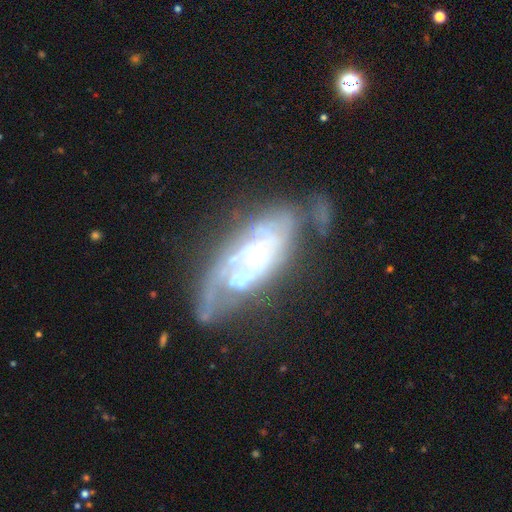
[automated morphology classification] type=featured or disk (80%); edge-on=no (91%); bar=no (67%); spiral arms=yes (80%); winding=tight (50%); arm count=can't tell (43%); bulge=small (64%); merging=none (42%).